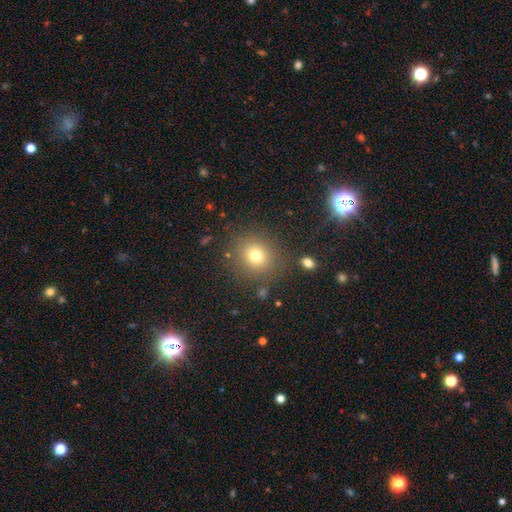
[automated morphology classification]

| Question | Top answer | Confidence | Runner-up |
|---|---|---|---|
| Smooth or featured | smooth | 75% | star or artifact (15%) |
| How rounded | round | 84% | in between (15%) |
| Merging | none | 84% | minor disturbance (9%) |